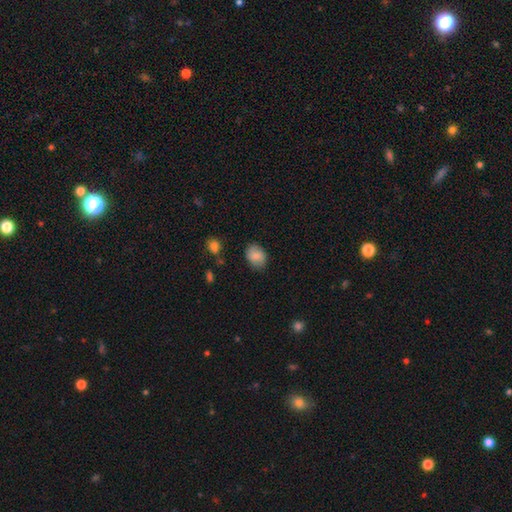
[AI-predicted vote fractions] A smooth galaxy with no disk features (84%) that is in between round and cigar-shaped (66%). Merging: none (78%).